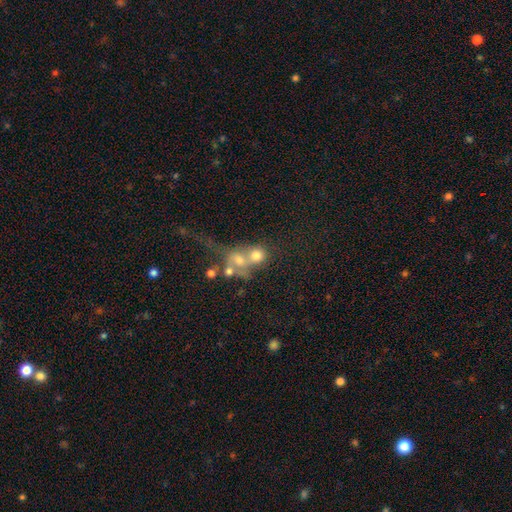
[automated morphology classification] Smooth or featured: smooth — 35% (star or artifact — 33%)
Merging: merger — 51% (none — 26%)